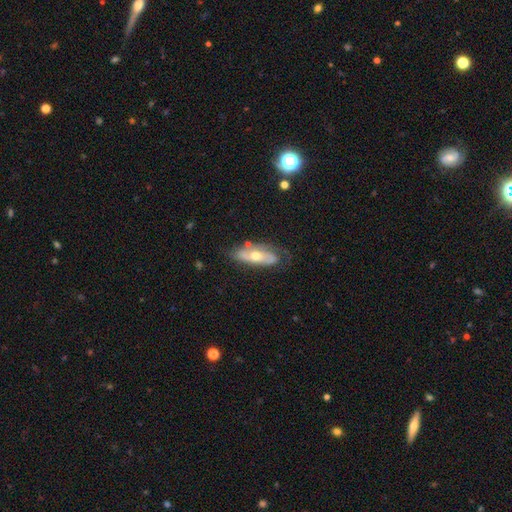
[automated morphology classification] Q: Smooth or featured?
A: featured or disk (59%); runner-up: smooth (34%)
Q: Edge-on disk?
A: no (76%); runner-up: yes (24%)
Q: Merging?
A: none (59%); runner-up: minor disturbance (25%)